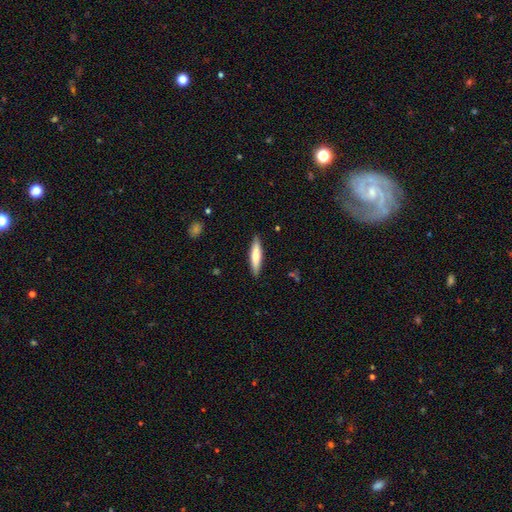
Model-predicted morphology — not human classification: This appears to be a smooth galaxy with no disk features (70%) that is cigar-shaped (81%). Merging: none (88%).